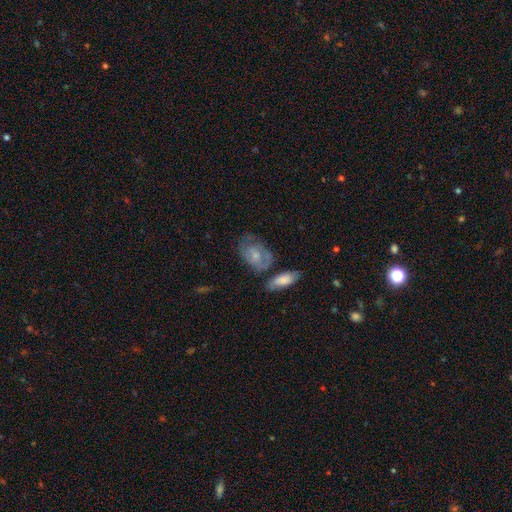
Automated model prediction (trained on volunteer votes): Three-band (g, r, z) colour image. It shows a featured or disk galaxy (49%). Merging: none (46%).